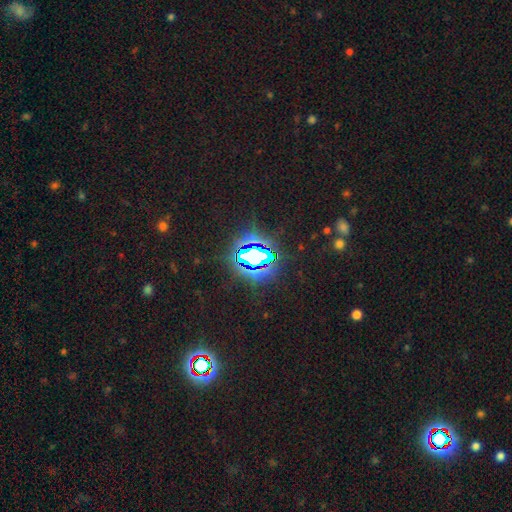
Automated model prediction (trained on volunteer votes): Morphology: type=star or artifact (78%).